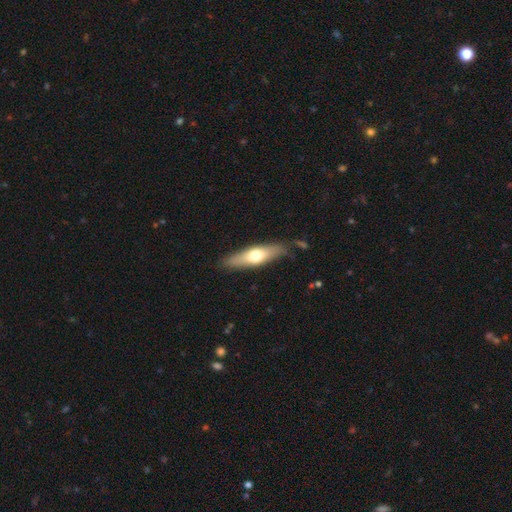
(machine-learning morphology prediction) smooth-or-featured: smooth: 55% | featured or disk: 40% | star or artifact: 5%
  how-rounded: cigar-shaped: 64% | in between: 34% | round: 2%
  merging: none: 82% | minor disturbance: 13% | major disturbance: 3% | merger: 2%